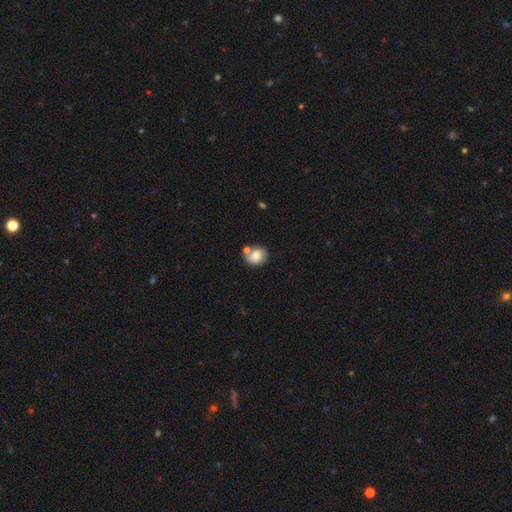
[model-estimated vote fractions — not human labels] A smooth galaxy with no disk features (63%) that is round (66%). Merging: none (54%).